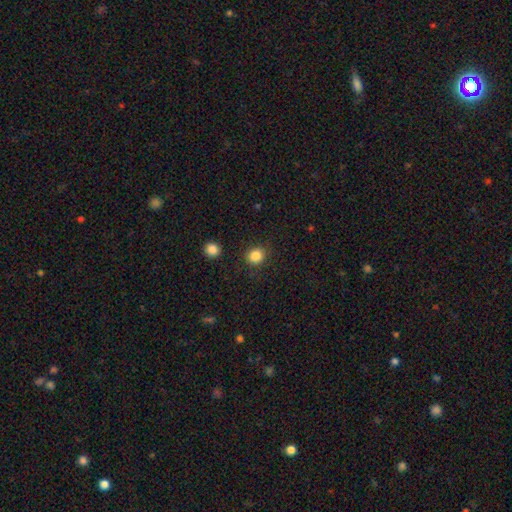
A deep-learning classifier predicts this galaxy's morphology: Smooth or featured?
  - smooth: 85% *
  - star or artifact: 11%
  - featured or disk: 4%
How rounded?
  - round: 86% *
  - in between: 13%
  - cigar-shaped: 1%
Merging?
  - none: 88% *
  - minor disturbance: 7%
  - major disturbance: 3%
  - merger: 2%